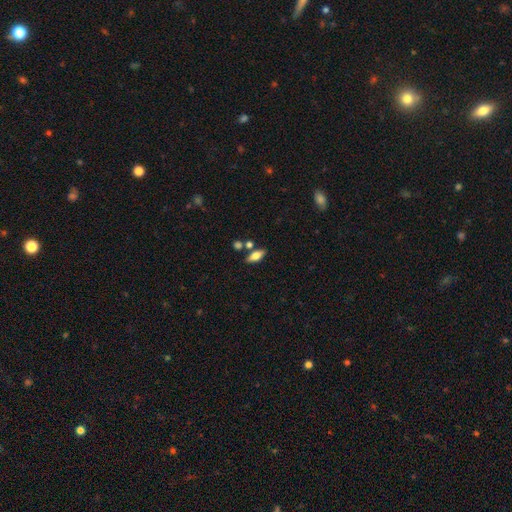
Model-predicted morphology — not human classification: smooth_or_featured: smooth (p=0.63) [alt: featured or disk p=0.29]
how_rounded: in between (p=0.77) [alt: cigar-shaped p=0.19]
merging: none (p=0.76) [alt: minor disturbance p=0.11]